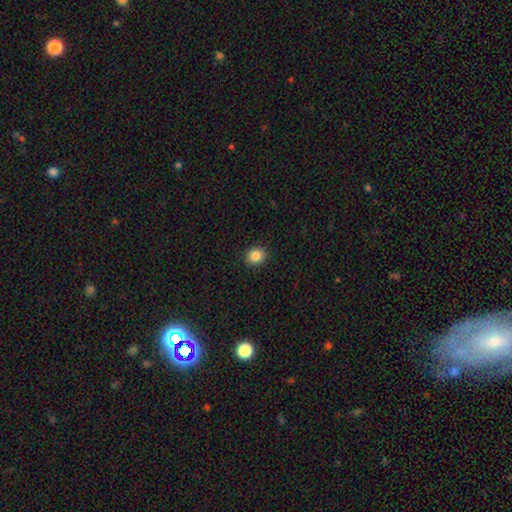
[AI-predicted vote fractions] Overall: smooth (86%). How rounded: round (77%). Merging: none (91%).